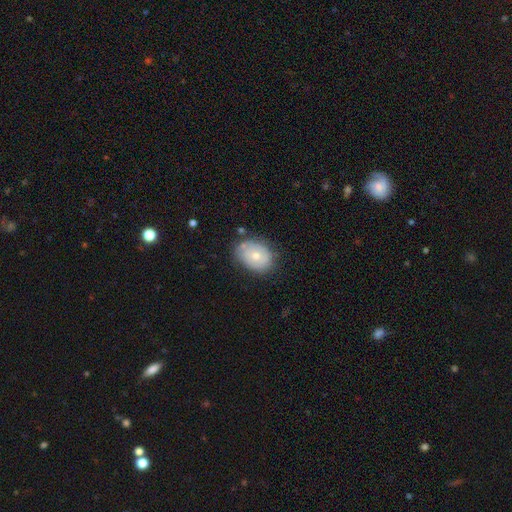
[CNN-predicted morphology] smooth 56%, featured or disk 37%, star or artifact 7%. Down the decision tree: how rounded — in between (65%); merging — none (66%).